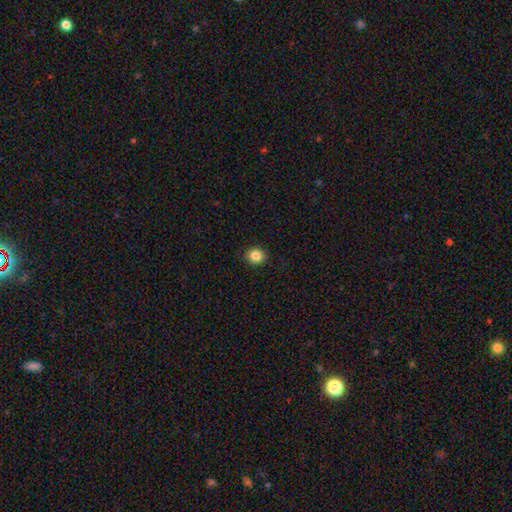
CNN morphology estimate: The model was most divided on "how rounded": round: 80%, in between: 19%, cigar-shaped: 1%. More confident: merging — none (92%); smooth or featured — smooth (85%).